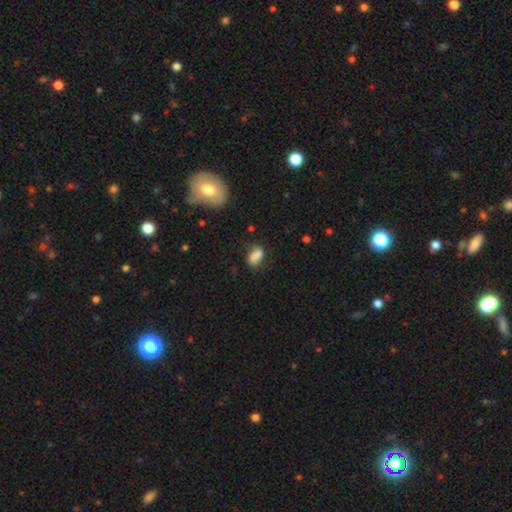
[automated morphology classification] type=smooth (78%); roundness=in between (85%); merging=none (52%).